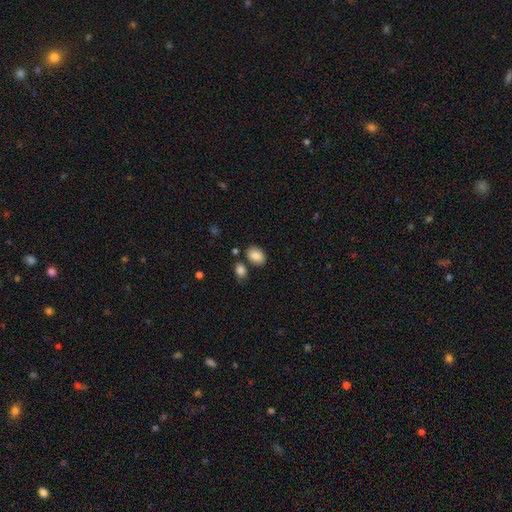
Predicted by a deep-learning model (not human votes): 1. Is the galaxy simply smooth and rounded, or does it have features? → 86% smooth, 8% star or artifact, 6% featured or disk.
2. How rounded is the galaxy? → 82% in between, 17% round, 1% cigar-shaped.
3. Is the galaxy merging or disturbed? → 76% none, 11% minor disturbance, 9% merger, 3% major disturbance.